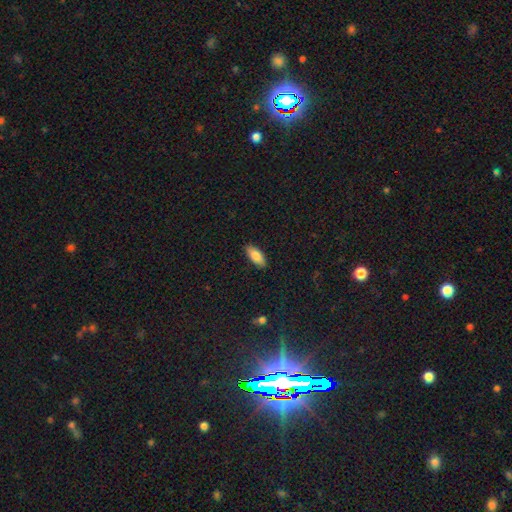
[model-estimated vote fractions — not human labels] Overall: smooth (84%). How rounded: in between (85%). Merging: none (88%).